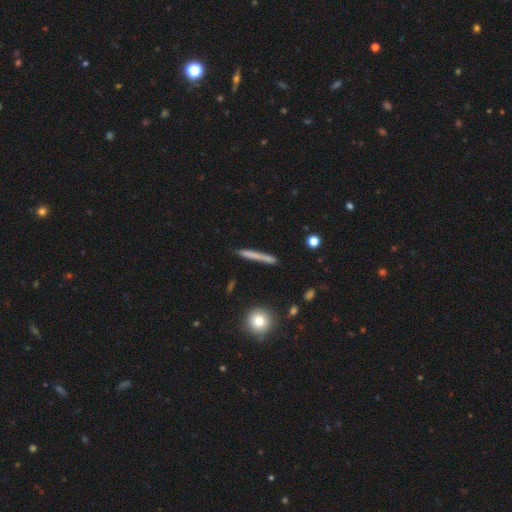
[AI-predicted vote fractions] Smooth or featured?
  - smooth: 60% *
  - featured or disk: 34%
  - star or artifact: 7%
How rounded?
  - cigar-shaped: 95% *
  - in between: 3%
  - round: 2%
Merging?
  - none: 87% *
  - minor disturbance: 9%
  - merger: 2%
  - major disturbance: 2%